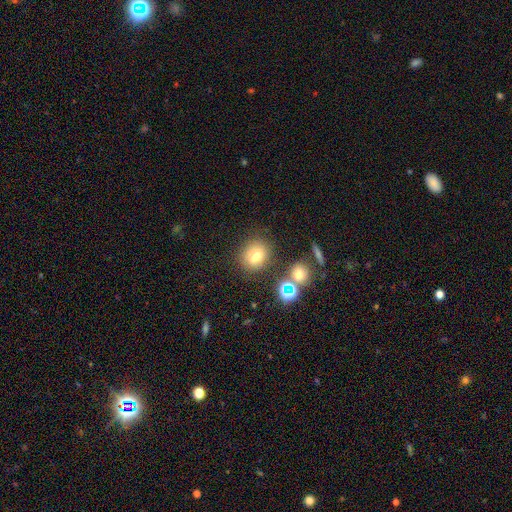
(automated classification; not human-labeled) Smooth or featured: smooth — 74% (star or artifact — 16%)
How rounded: round — 72% (in between — 27%)
Merging: none — 79% (minor disturbance — 11%)